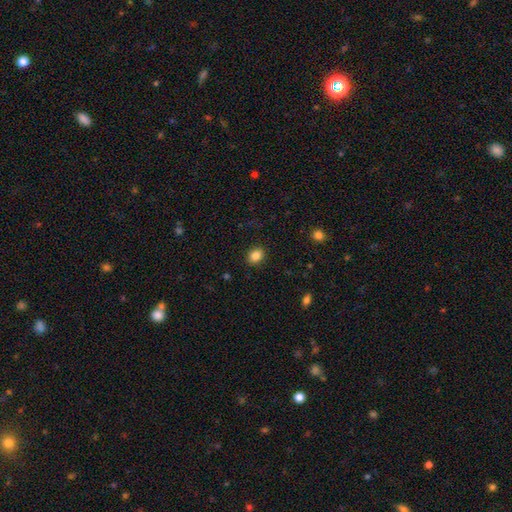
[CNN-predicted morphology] smooth 86%, star or artifact 10%, featured or disk 4%. Down the decision tree: how rounded — round (54%); merging — none (90%).